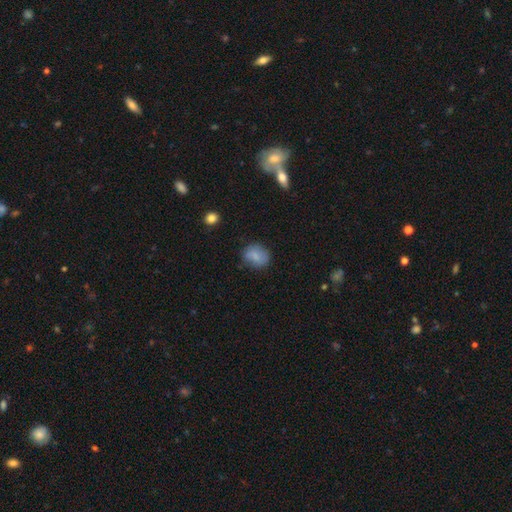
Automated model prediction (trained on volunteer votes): smooth_or_featured: smooth (p=0.80) [alt: featured or disk p=0.11]
how_rounded: round (p=0.62) [alt: in between p=0.37]
merging: none (p=0.73) [alt: minor disturbance p=0.20]